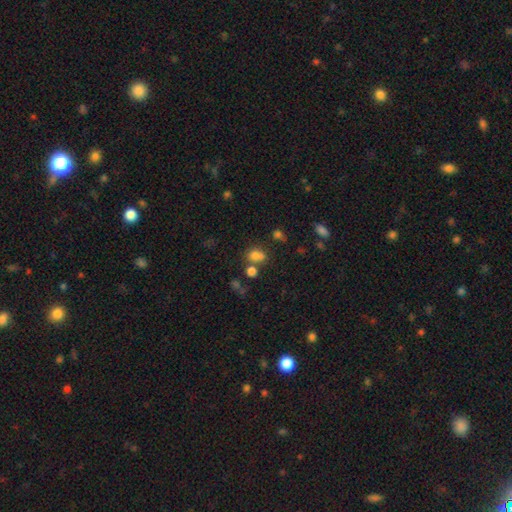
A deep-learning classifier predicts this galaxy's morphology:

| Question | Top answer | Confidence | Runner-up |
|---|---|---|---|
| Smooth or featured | smooth | 72% | star or artifact (17%) |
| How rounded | round | 66% | in between (33%) |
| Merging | none | 47% | merger (36%) |